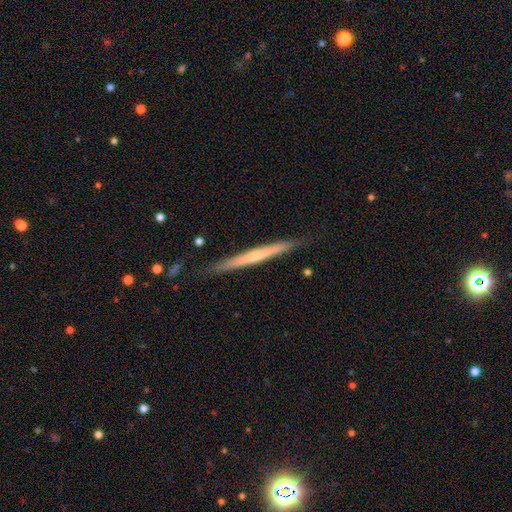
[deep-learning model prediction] The model was most divided on "smooth or featured": featured or disk: 51%, smooth: 44%, star or artifact: 6%. More confident: edge-on disk — yes (96%); merging — none (86%).